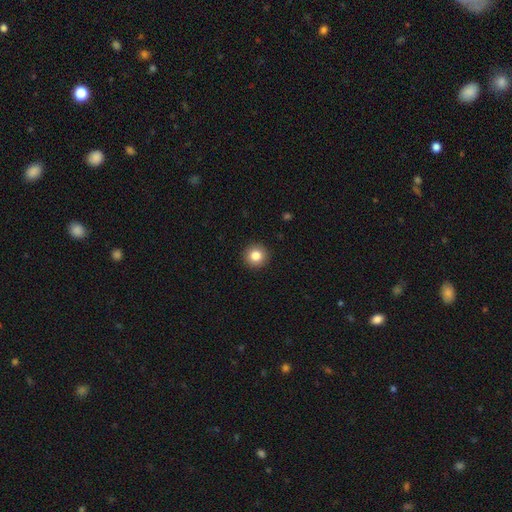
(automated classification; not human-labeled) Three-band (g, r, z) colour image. It shows a smooth galaxy with no disk features (83%) that is round (95%). Merging: none (93%).